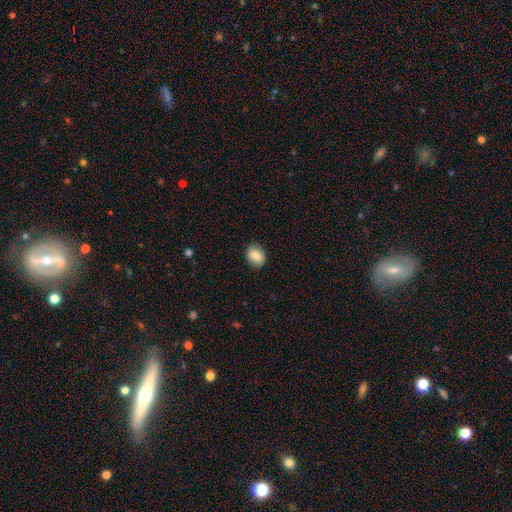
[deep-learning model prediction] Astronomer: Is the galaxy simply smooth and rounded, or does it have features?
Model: smooth — 85%.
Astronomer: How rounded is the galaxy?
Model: in between — 56% (runner-up: round, 43%).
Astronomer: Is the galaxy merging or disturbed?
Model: none — 86%.